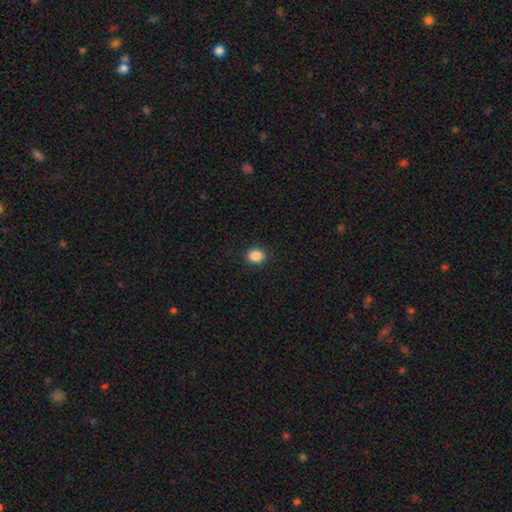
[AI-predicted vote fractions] The model was most divided on "how rounded": in between: 50%, round: 49%, cigar-shaped: 1%. More confident: merging — none (90%); smooth or featured — smooth (88%).